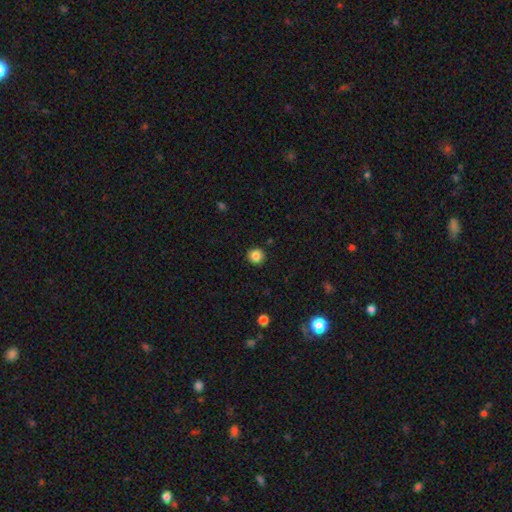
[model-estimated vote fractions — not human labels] Smooth or featured?
  - smooth: 85% *
  - star or artifact: 11%
  - featured or disk: 4%
How rounded?
  - round: 94% *
  - in between: 5%
  - cigar-shaped: 1%
Merging?
  - none: 92% *
  - minor disturbance: 5%
  - major disturbance: 2%
  - merger: 1%